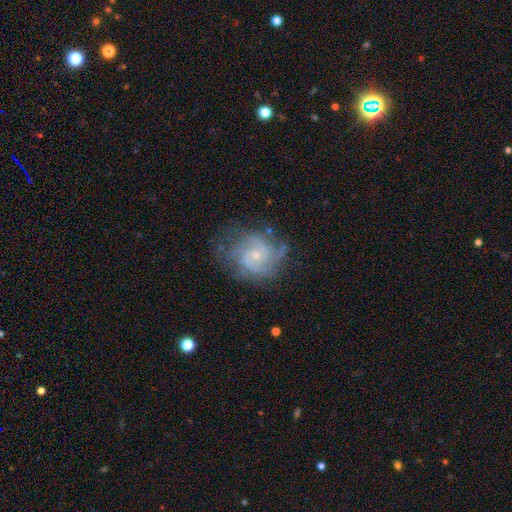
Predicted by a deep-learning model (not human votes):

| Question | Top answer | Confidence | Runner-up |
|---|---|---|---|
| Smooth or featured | featured or disk | 87% | smooth (7%) |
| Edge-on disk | no | 98% | yes (2%) |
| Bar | no | 70% | weak (26%) |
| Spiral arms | yes | 97% | no (3%) |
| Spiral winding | tight | 52% | medium (39%) |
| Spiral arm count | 2 | 30% | 3 (28%) |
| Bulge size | small | 73% | moderate (23%) |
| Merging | none | 69% | minor disturbance (20%) |